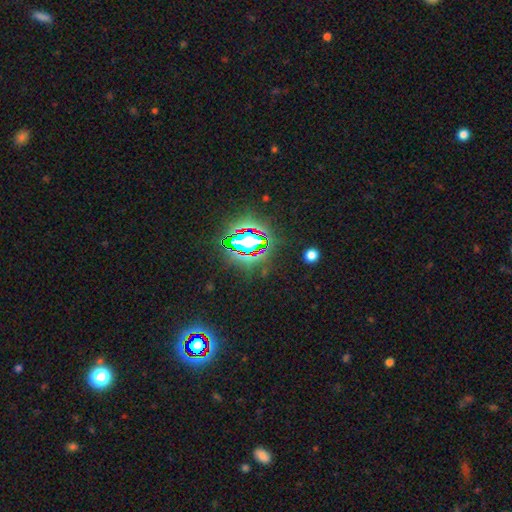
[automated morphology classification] type=star or artifact (82%).